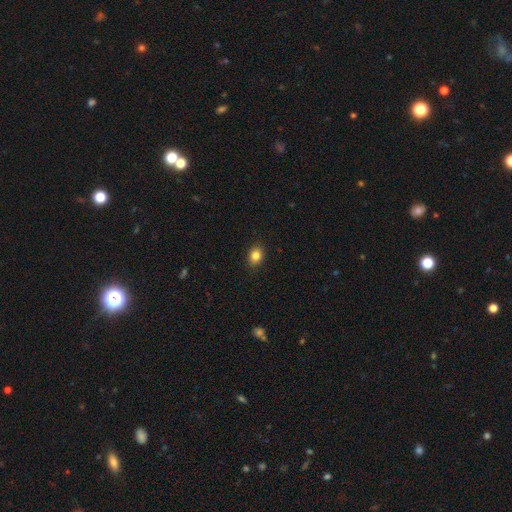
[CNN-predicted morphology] Overall: smooth (84%). How rounded: in between (52%; round 47%). Merging: none (89%).